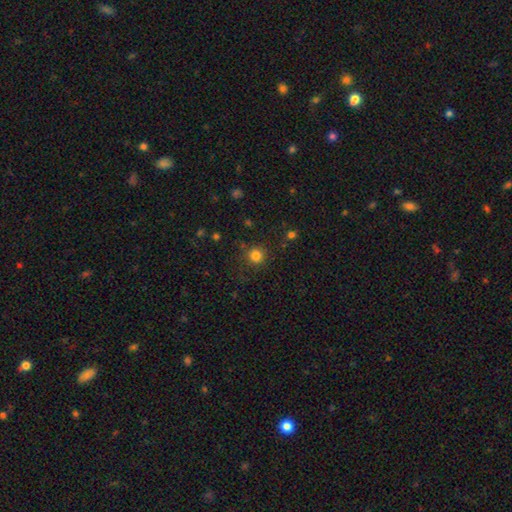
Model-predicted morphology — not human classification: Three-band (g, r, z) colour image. It shows a smooth galaxy with no disk features (81%) that is round (93%). Merging: none (85%).